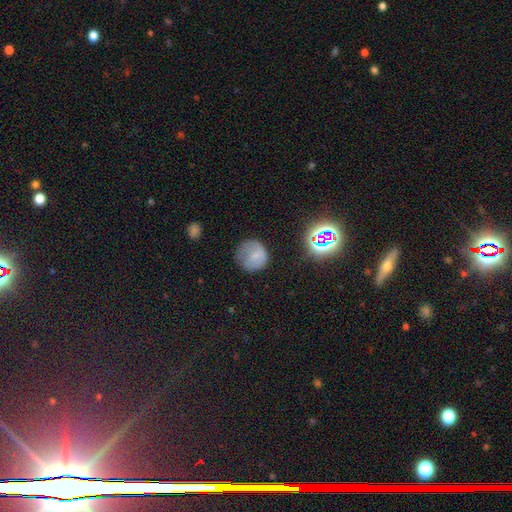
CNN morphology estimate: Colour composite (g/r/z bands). It shows a smooth galaxy with no disk features (65%) that is round (87%). Merging: none (55%).